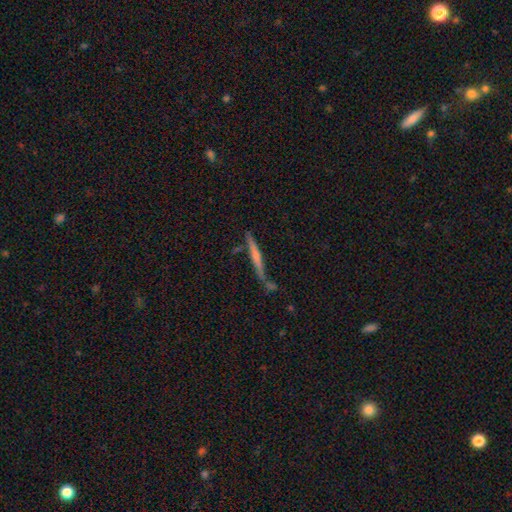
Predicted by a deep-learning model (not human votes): Smooth or featured: featured or disk — 50% (smooth — 43%)
Edge-on disk: yes — 95% (no — 5%)
Merging: none — 69% (minor disturbance — 16%)